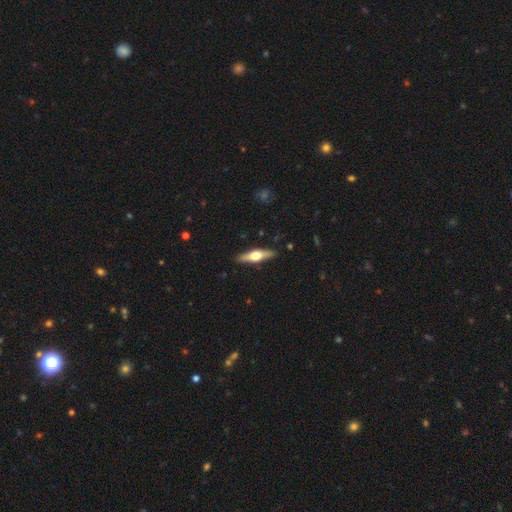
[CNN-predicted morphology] Overall: featured or disk (60%; smooth 34%). Edge-on disk: yes (95%). Edge-on bulge: rounded (95%). Merging: none (89%).